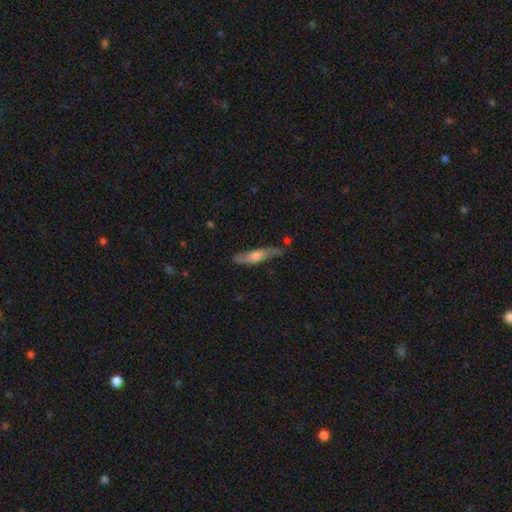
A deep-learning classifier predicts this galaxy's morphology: type=smooth (48%); merging=none (68%).